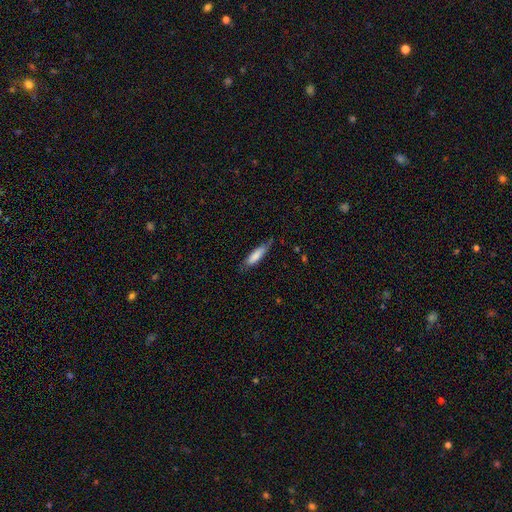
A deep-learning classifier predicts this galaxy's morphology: smooth 78%, featured or disk 16%, star or artifact 6%. Down the decision tree: how rounded — cigar-shaped (71%); merging — none (64%).